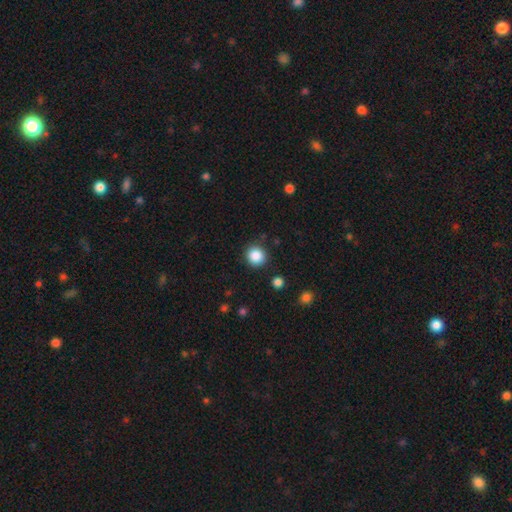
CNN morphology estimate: smooth-or-featured: smooth: 86% | star or artifact: 10% | featured or disk: 3%
  how-rounded: round: 91% | in between: 8% | cigar-shaped: 1%
  merging: none: 88% | minor disturbance: 7% | major disturbance: 3% | merger: 2%